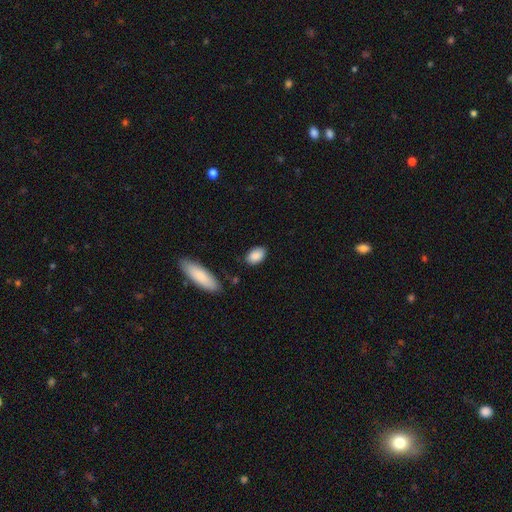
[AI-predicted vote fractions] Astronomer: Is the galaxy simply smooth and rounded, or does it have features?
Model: smooth — 89%.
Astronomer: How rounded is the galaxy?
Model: in between — 90%.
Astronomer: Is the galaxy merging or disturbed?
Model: none — 82%.